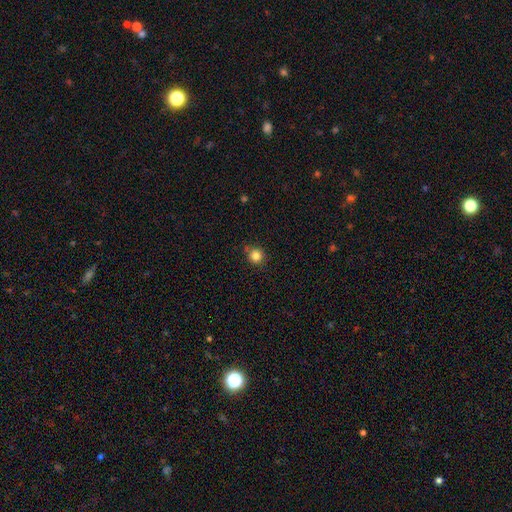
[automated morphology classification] Smooth or featured? Predicted: smooth (p=0.84). How rounded? Predicted: round (p=0.91). Merging? Predicted: none (p=0.79).